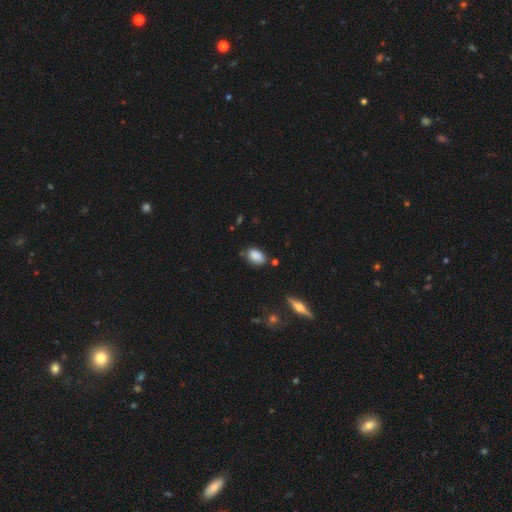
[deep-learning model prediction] This appears to be a smooth galaxy with no disk features (85%) that is in between round and cigar-shaped (87%). Merging: none (71%).